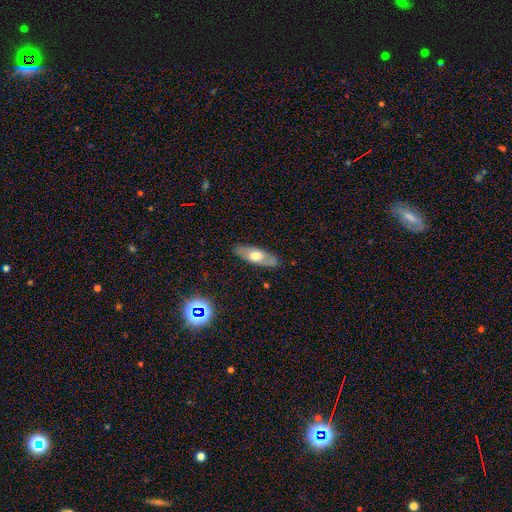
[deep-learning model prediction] Overall: smooth (56%; featured or disk 38%). How rounded: in between (68%; cigar-shaped 29%). Merging: none (86%).